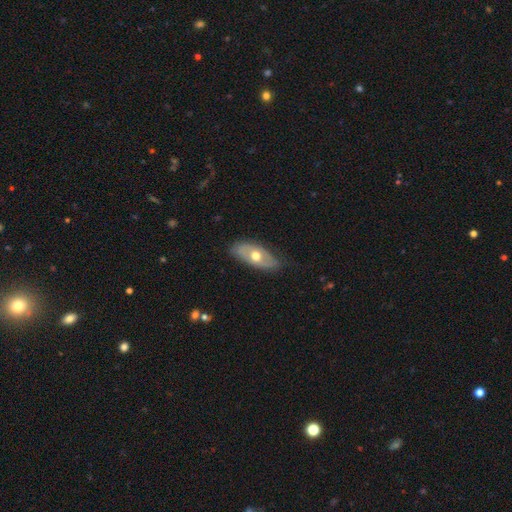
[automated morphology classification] featured or disk 49%, smooth 46%, star or artifact 5%. Down the decision tree: merging — none (74%).